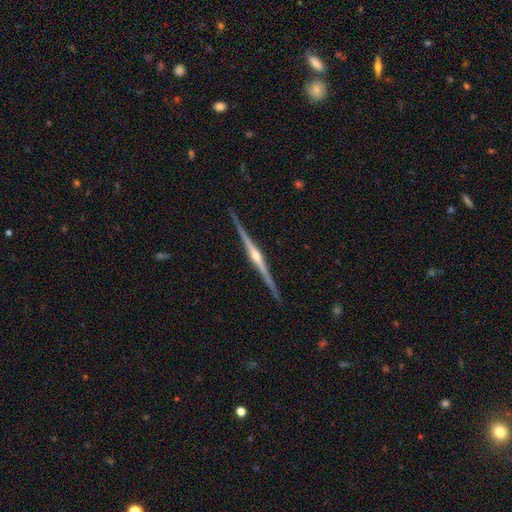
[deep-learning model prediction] smooth-or-featured: featured or disk: 90% | smooth: 6% | star or artifact: 4%
  disk-edge-on: yes: 99% | no: 1%
    edge-on-bulge: rounded: 90% | boxy: 5% | none: 5%
  merging: none: 92% | minor disturbance: 6% | major disturbance: 1% | merger: 1%